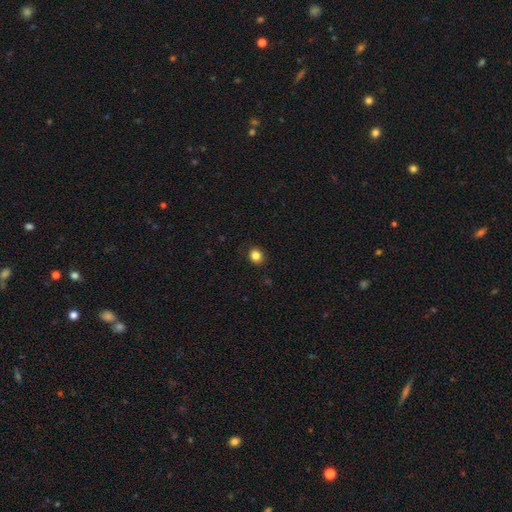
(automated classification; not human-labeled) Smooth or featured? Predicted: smooth (p=0.84). How rounded? Predicted: round (p=0.77). Merging? Predicted: none (p=0.90).